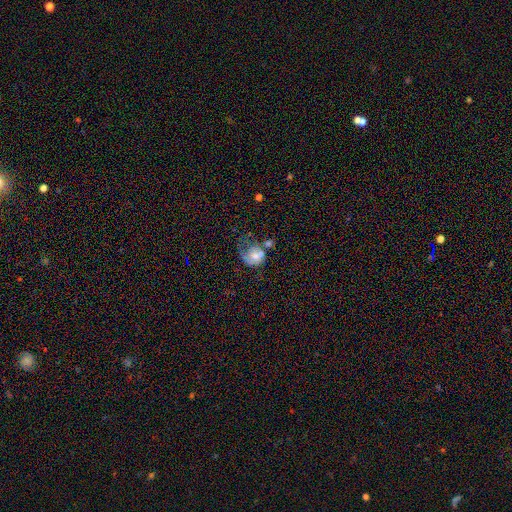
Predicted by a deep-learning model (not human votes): This is possibly a featured or disk galaxy (47%). Merging: marginally major disturbance (37%).